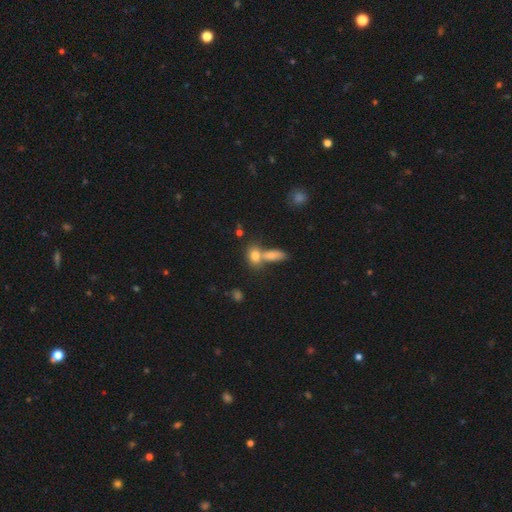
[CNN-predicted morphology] A smooth galaxy with no disk features (78%) that is in between round and cigar-shaped (68%).

Vote fractions:
- Smooth or featured? smooth: 78% / featured or disk: 12% / star or artifact: 10%
- How rounded? in between: 68% / round: 27% / cigar-shaped: 5%
- Merging? merger: 46% / none: 40% / minor disturbance: 10% / major disturbance: 4%